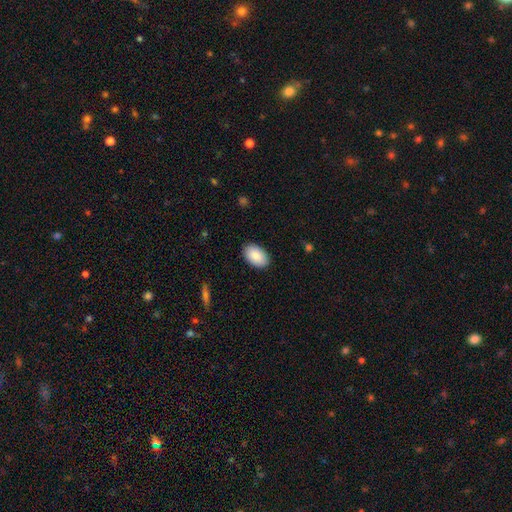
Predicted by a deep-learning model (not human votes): Morphology: type=smooth (90%); roundness=in between (94%); merging=none (89%).